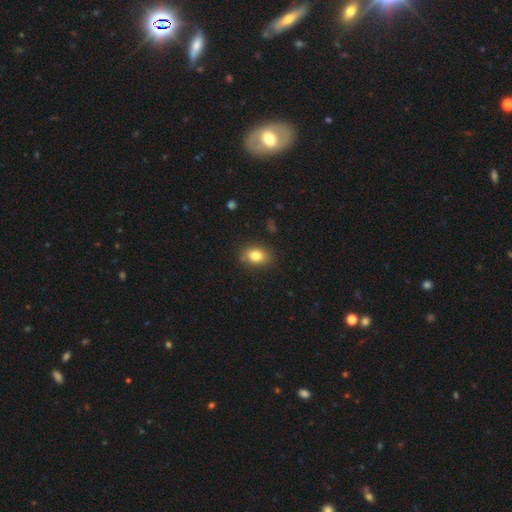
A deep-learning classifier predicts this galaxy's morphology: Smooth or featured?
  - smooth: 81% *
  - featured or disk: 10%
  - star or artifact: 10%
How rounded?
  - in between: 71% *
  - round: 27%
  - cigar-shaped: 1%
Merging?
  - none: 83% *
  - minor disturbance: 13%
  - major disturbance: 3%
  - merger: 1%